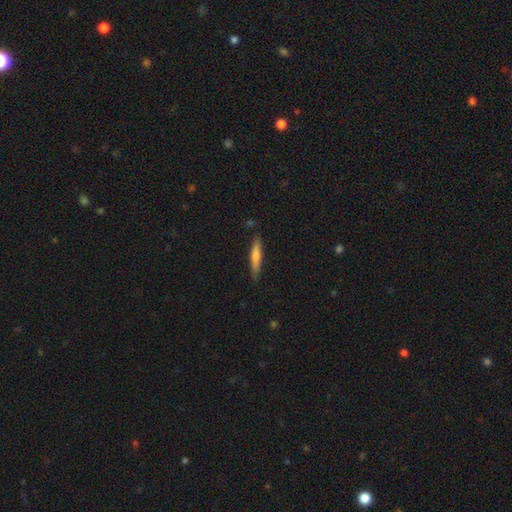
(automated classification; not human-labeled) smooth-or-featured: smooth: 63% | featured or disk: 31% | star or artifact: 6%
  how-rounded: cigar-shaped: 91% | in between: 7% | round: 1%
  merging: none: 84% | minor disturbance: 12% | major disturbance: 2% | merger: 2%